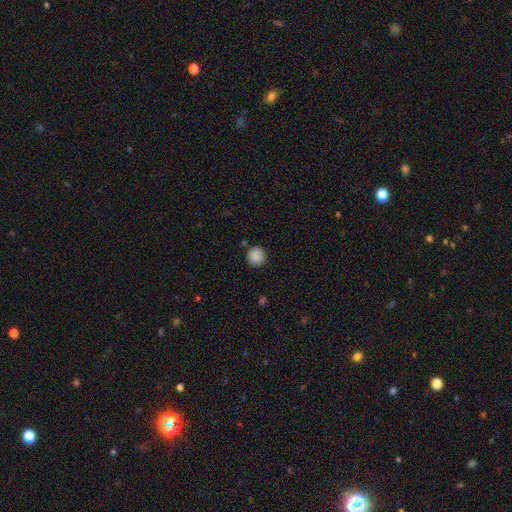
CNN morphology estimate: This is clearly a smooth galaxy (89%). How rounded: clearly round (94%). Merging: clearly none (87%).